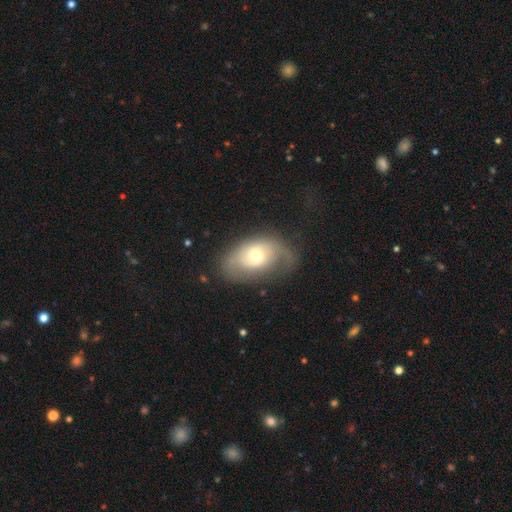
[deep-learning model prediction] featured or disk 48%, smooth 44%, star or artifact 7%. Down the decision tree: merging — none (55%).